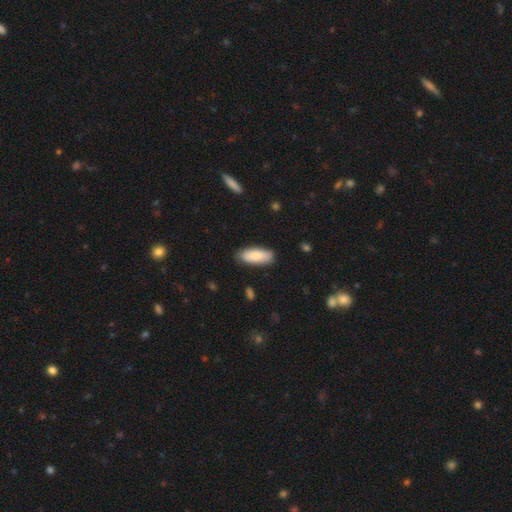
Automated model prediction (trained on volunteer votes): Smooth or featured? Predicted: smooth (p=0.85). How rounded? Predicted: in between (p=0.76). Merging? Predicted: none (p=0.83).